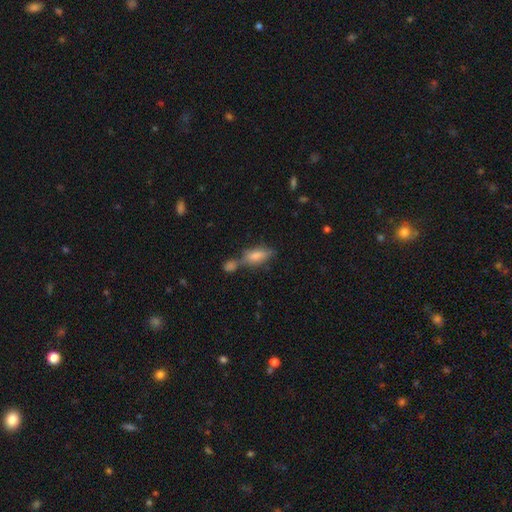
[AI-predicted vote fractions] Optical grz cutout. It shows a smooth galaxy with no disk features (68%) that is in between round and cigar-shaped (69%). Merging: none (49%).